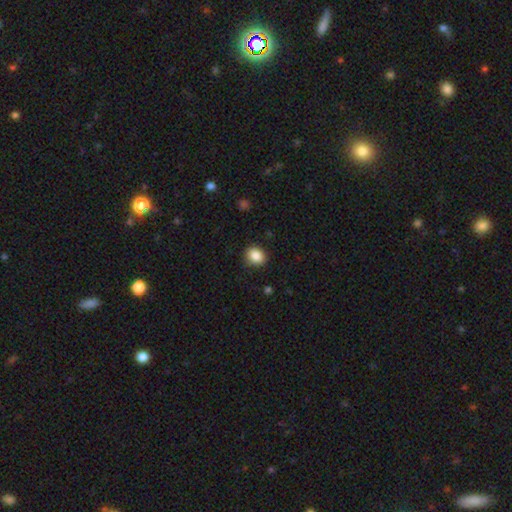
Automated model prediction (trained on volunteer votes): smooth-or-featured: smooth: 87% | star or artifact: 9% | featured or disk: 4%
  how-rounded: round: 59% | in between: 40% | cigar-shaped: 1%
  merging: none: 85% | minor disturbance: 11% | major disturbance: 3% | merger: 1%